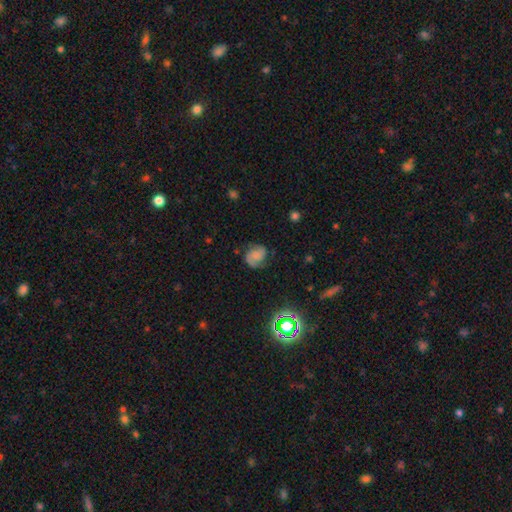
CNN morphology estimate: Overall: featured or disk (61%; smooth 28%). Edge-on disk: no (98%). Bar: no (66%; weak 27%). Spiral arms: yes (92%). Spiral arm count: 2 (81%). Spiral winding: medium (46%; tight 33%). Bulge size: none (51%; small 23%). Merging: none (67%).